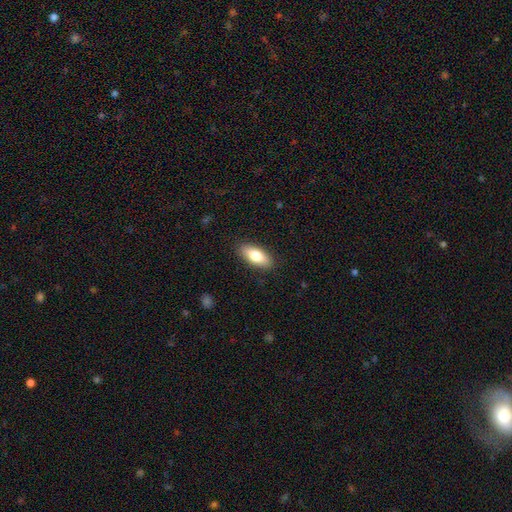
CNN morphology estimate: smooth 79%, featured or disk 15%, star or artifact 6%. Down the decision tree: how rounded — in between (81%); merging — none (88%).